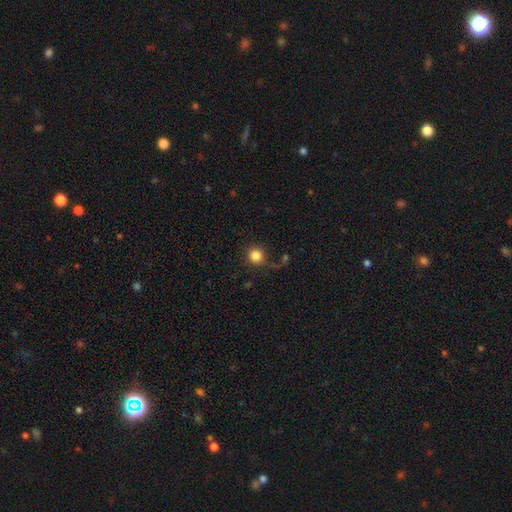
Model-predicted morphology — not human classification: Smooth or featured? smooth (84%)
How rounded? round (94%)
Merging? none (77%)